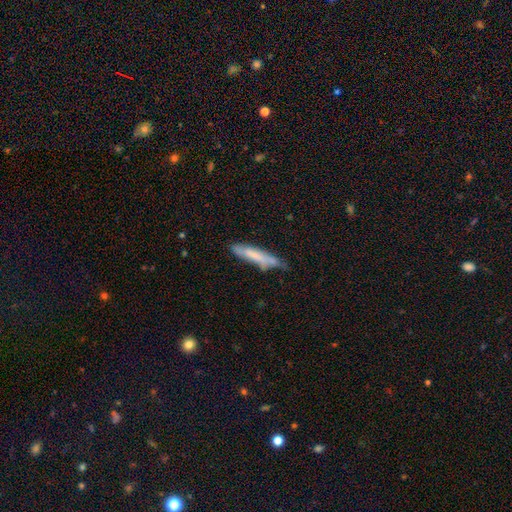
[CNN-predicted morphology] smooth_or_featured: smooth (p=0.62) [alt: featured or disk p=0.32]
how_rounded: cigar-shaped (p=0.89) [alt: in between p=0.09]
merging: none (p=0.65) [alt: minor disturbance p=0.27]